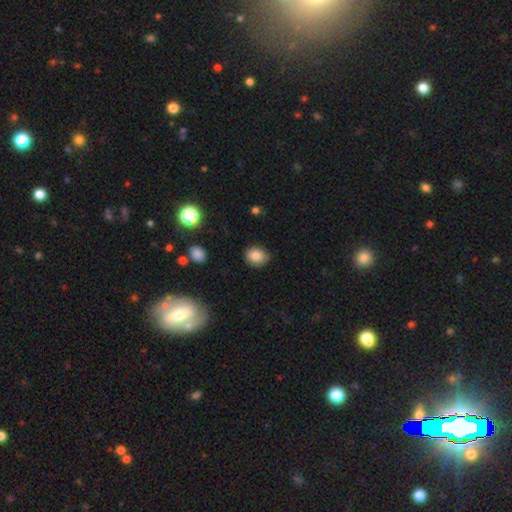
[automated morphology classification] Q: Smooth or featured?
A: smooth (85%); runner-up: star or artifact (9%)
Q: How rounded?
A: round (50%); runner-up: in between (49%)
Q: Merging?
A: none (78%); runner-up: minor disturbance (17%)